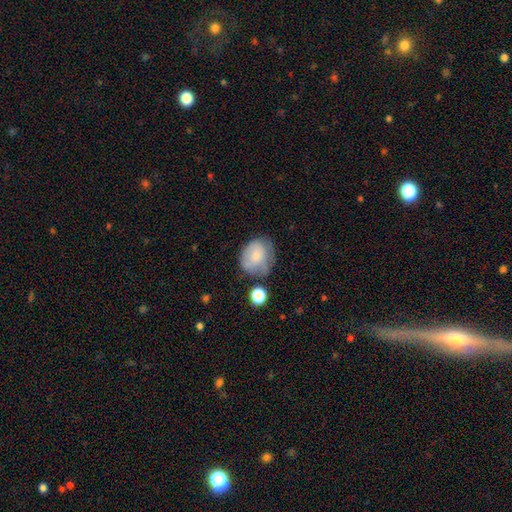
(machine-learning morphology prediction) type=smooth (68%); roundness=round (61%); merging=none (45%).